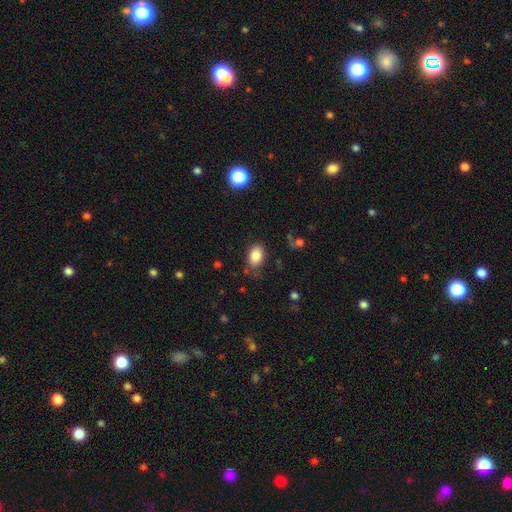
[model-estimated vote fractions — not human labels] Overall: smooth (85%). How rounded: in between (87%). Merging: none (76%).